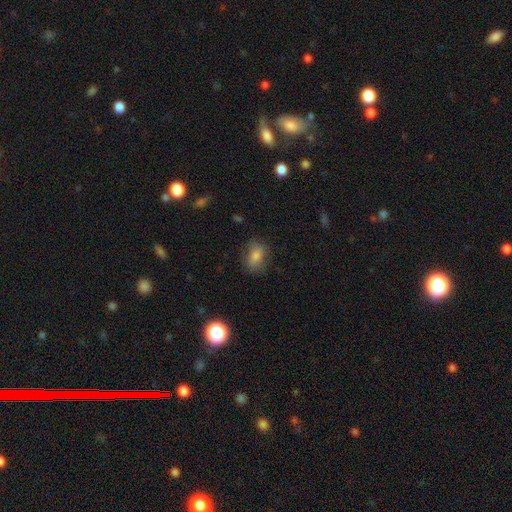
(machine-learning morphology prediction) Smooth or featured?
  - smooth: 73% *
  - featured or disk: 14%
  - star or artifact: 13%
How rounded?
  - in between: 72% *
  - round: 24%
  - cigar-shaped: 3%
Merging?
  - none: 79% *
  - minor disturbance: 15%
  - major disturbance: 5%
  - merger: 1%